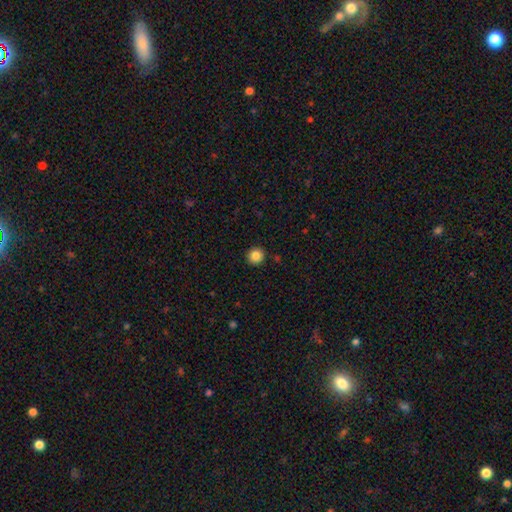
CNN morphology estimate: This is clearly a smooth galaxy (85%). How rounded: clearly round (94%). Merging: clearly none (93%).